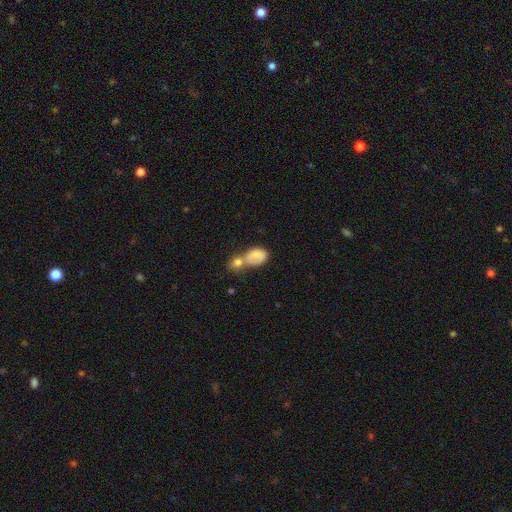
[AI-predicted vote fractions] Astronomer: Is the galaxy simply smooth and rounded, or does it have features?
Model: smooth — 75%.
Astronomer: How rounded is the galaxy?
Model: in between — 75%.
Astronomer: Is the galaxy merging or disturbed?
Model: merger — 60%.